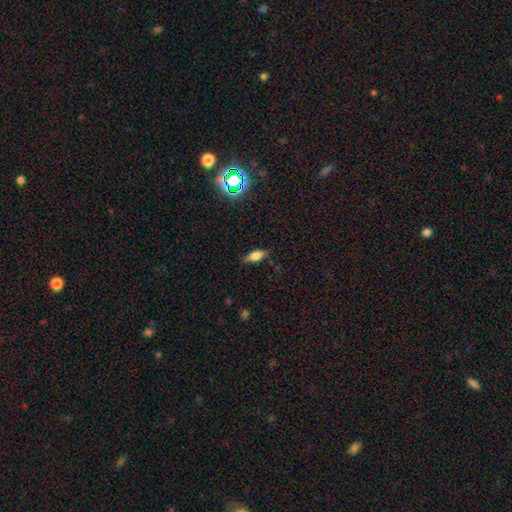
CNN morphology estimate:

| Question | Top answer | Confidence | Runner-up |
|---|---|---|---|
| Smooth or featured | smooth | 67% | featured or disk (23%) |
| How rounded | in between | 76% | cigar-shaped (19%) |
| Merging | none | 82% | minor disturbance (14%) |